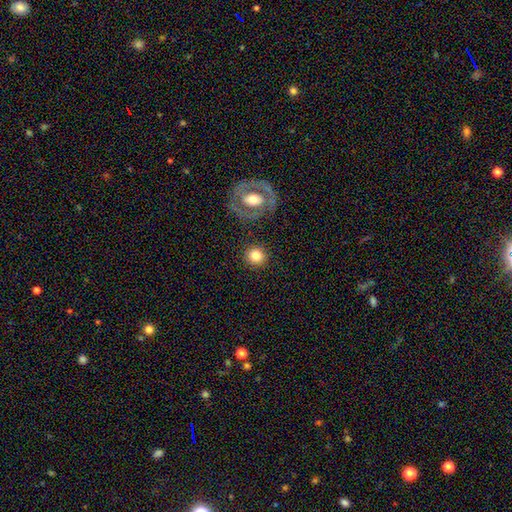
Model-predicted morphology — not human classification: Q: Smooth or featured?
A: smooth (78%); runner-up: featured or disk (13%)
Q: How rounded?
A: round (92%); runner-up: in between (7%)
Q: Merging?
A: none (87%); runner-up: minor disturbance (7%)